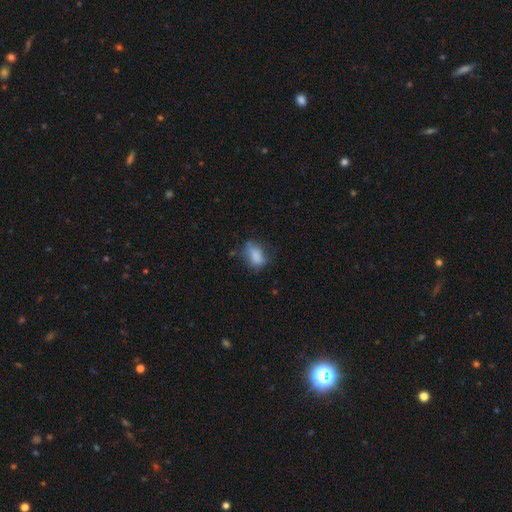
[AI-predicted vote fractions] smooth 77%, featured or disk 14%, star or artifact 9%. Down the decision tree: how rounded — in between (82%); merging — none (48%).